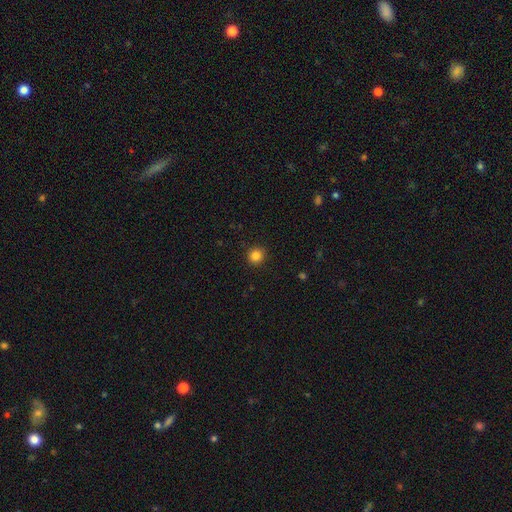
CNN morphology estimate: Smooth or featured? Predicted: smooth (p=0.85). How rounded? Predicted: round (p=0.92). Merging? Predicted: none (p=0.91).